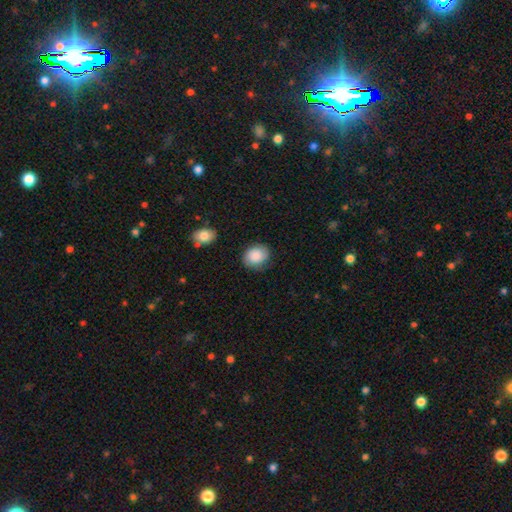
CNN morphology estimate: A smooth galaxy with no disk features (84%) that is round (53%). Merging: none (79%).